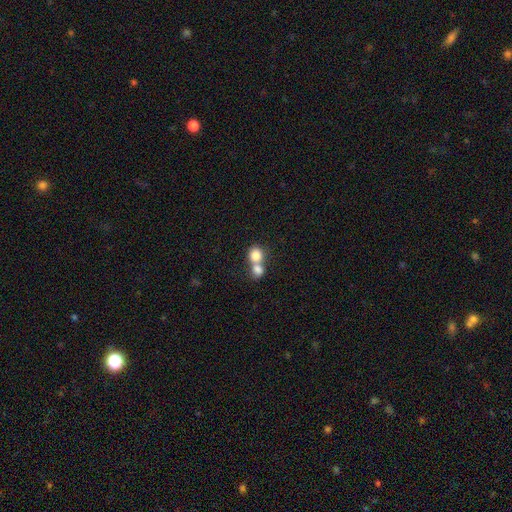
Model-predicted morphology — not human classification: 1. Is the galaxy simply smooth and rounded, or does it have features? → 81% smooth, 10% featured or disk, 9% star or artifact.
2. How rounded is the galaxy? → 79% round, 20% in between, 1% cigar-shaped.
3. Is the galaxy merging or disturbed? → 62% merger, 30% none, 5% minor disturbance, 3% major disturbance.